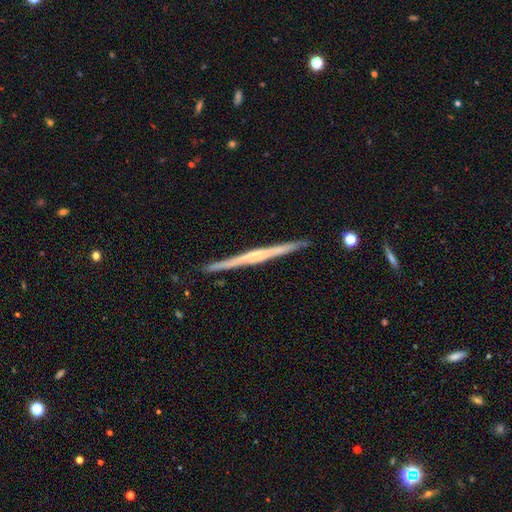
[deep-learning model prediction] smooth-or-featured: featured or disk: 75% | smooth: 19% | star or artifact: 5%
  disk-edge-on: yes: 98% | no: 2%
    edge-on-bulge: none: 48% | rounded: 37% | boxy: 15%
  merging: none: 91% | minor disturbance: 6% | merger: 1% | major disturbance: 1%